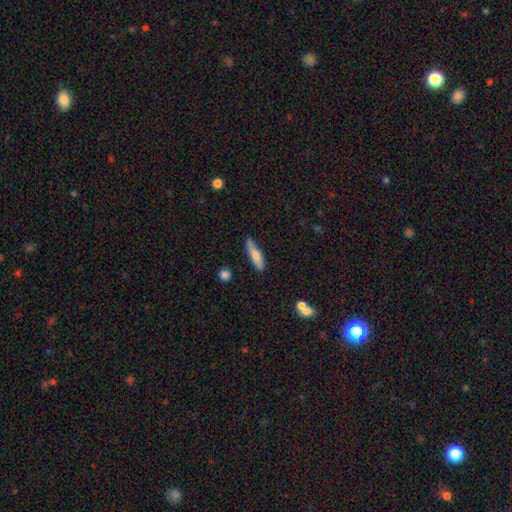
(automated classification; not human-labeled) A smooth galaxy with no disk features (70%) that is cigar-shaped (77%). Merging: none (73%).